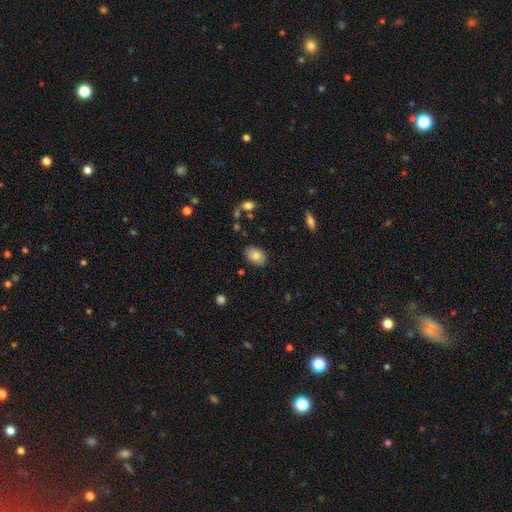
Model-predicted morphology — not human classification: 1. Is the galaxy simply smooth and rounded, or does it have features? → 84% smooth, 9% featured or disk, 7% star or artifact.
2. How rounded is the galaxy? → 86% in between, 13% round, 1% cigar-shaped.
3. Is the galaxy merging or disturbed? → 85% none, 11% minor disturbance, 3% major disturbance, 2% merger.